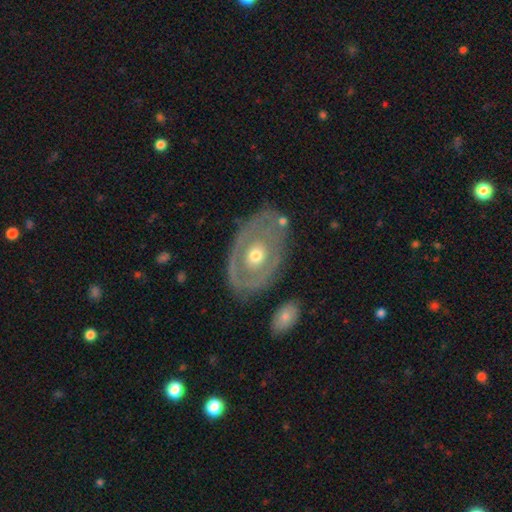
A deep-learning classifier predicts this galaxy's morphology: featured or disk 67%, smooth 28%, star or artifact 5%. Down the decision tree: edge-on disk — no (92%); bar — no (89%); spiral arms — no (75%); bulge size — moderate (72%); merging — none (71%).